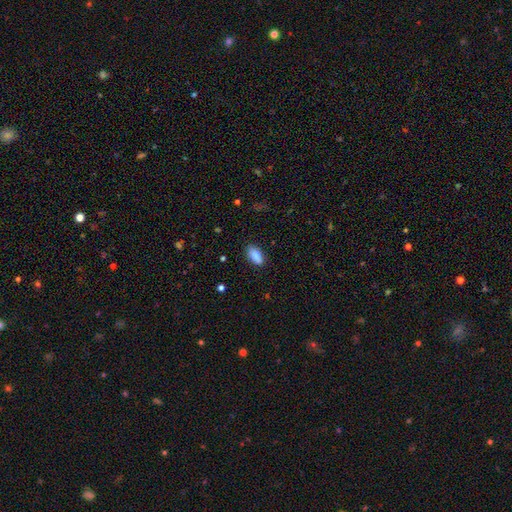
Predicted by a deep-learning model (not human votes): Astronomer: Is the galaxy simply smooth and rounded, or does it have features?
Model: smooth — 82%.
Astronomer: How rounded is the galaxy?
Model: in between — 89%.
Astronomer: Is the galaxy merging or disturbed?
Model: none — 85%.